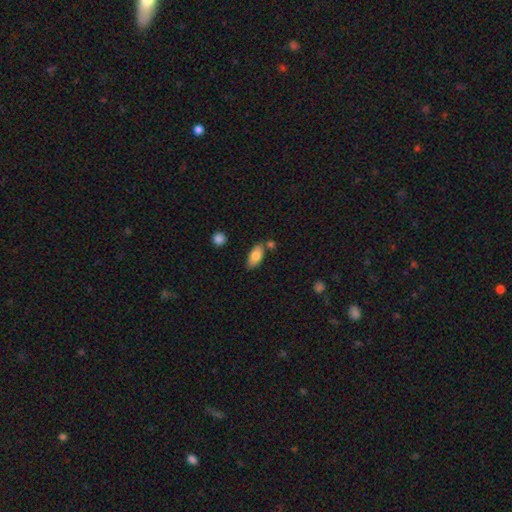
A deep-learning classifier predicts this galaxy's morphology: Smooth or featured? smooth (79%)
How rounded? in between (91%)
Merging? none (72%)